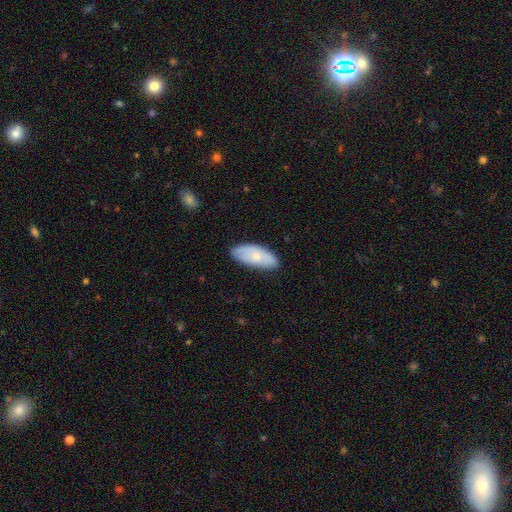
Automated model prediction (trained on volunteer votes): A smooth galaxy with no disk features (71%) that is in between round and cigar-shaped (89%). Merging: none (76%).